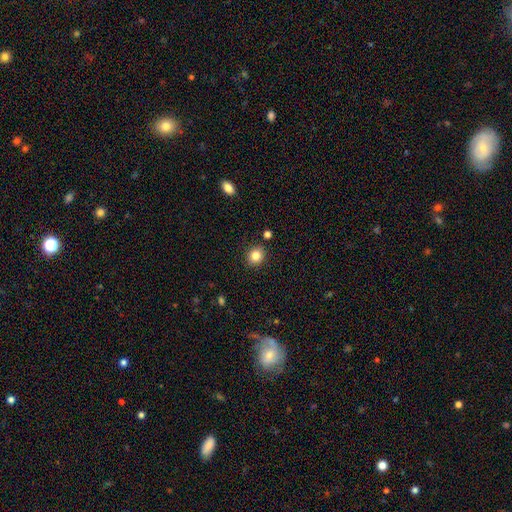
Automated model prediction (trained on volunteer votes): A smooth galaxy with no disk features (83%) that is round (75%). Merging: none (88%).